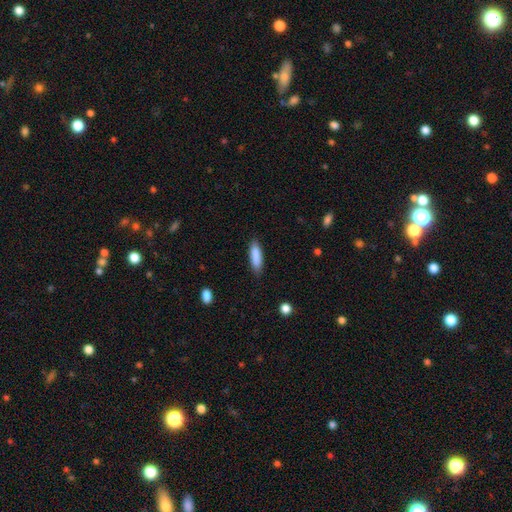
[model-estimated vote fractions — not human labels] Overall: smooth (86%). How rounded: cigar-shaped (64%; in between 35%). Merging: none (84%).